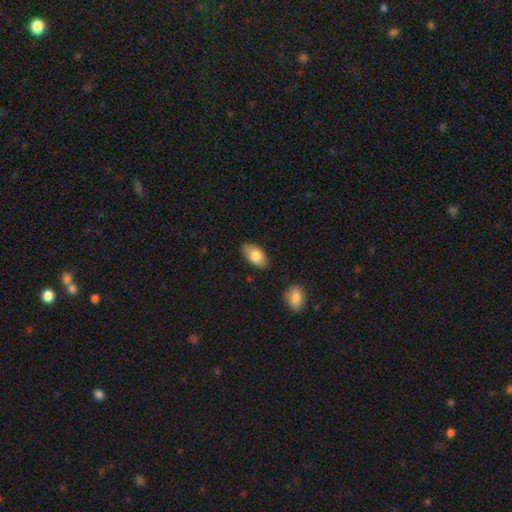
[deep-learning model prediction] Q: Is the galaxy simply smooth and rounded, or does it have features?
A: smooth — 81%.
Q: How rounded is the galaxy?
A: in between — 93%.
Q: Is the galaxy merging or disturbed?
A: none — 82%.